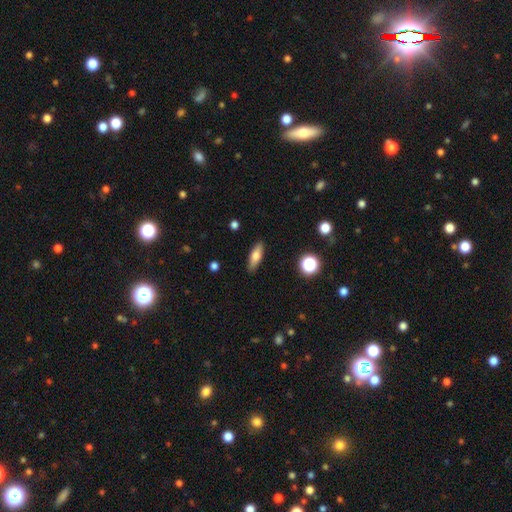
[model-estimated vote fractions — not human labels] smooth 67%, featured or disk 25%, star or artifact 8%. Down the decision tree: how rounded — in between (54%); merging — none (88%).